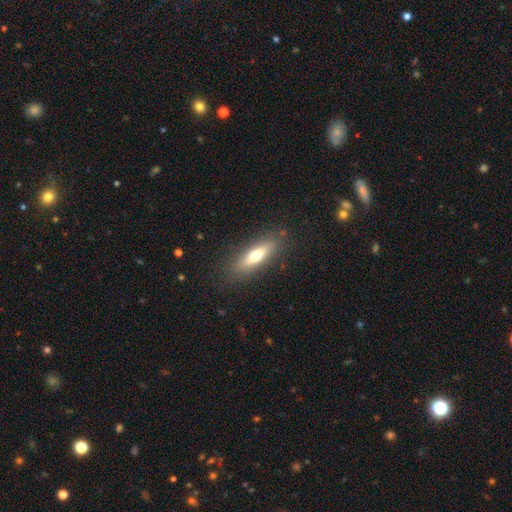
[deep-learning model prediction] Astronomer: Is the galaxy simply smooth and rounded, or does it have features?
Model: smooth — 61%.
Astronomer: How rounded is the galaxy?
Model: cigar-shaped — 58% (runner-up: in between, 39%).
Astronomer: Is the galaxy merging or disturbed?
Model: none — 86%.